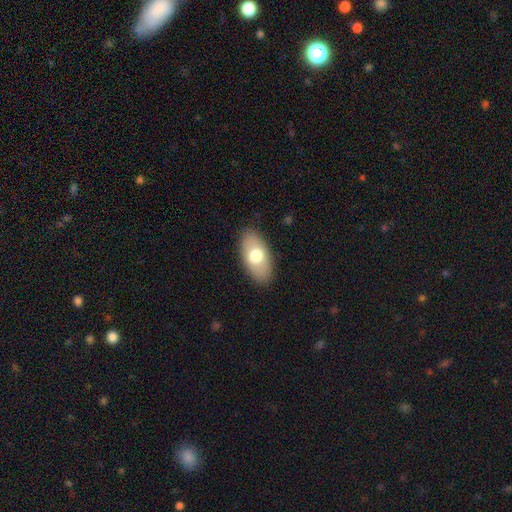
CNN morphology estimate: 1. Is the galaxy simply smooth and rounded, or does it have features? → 70% smooth, 23% featured or disk, 7% star or artifact.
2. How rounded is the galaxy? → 93% in between, 4% round, 3% cigar-shaped.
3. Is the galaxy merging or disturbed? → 86% none, 10% minor disturbance, 3% major disturbance, 1% merger.